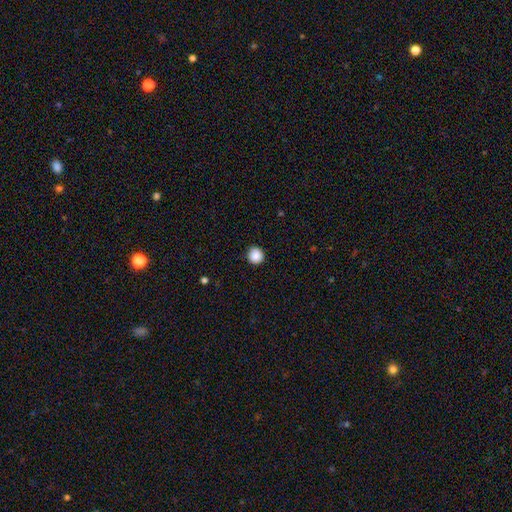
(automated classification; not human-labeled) Overall: smooth (87%). How rounded: round (94%). Merging: none (92%).